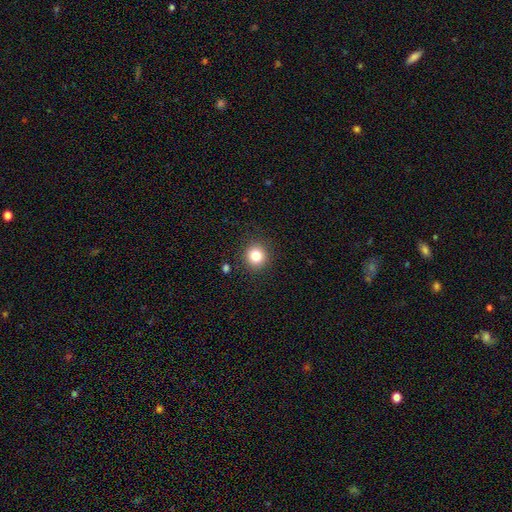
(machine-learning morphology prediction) Smooth or featured? smooth (81%)
How rounded? round (90%)
Merging? none (90%)